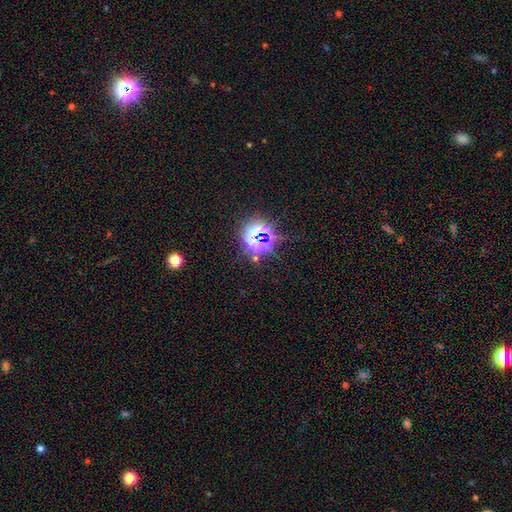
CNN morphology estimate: This appears to be a star or artifact, not a galaxy (77%).